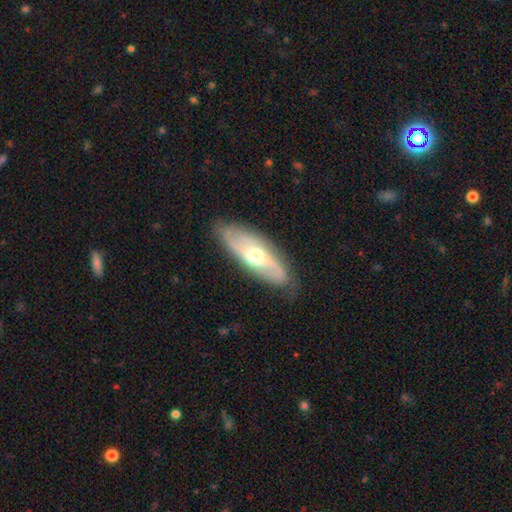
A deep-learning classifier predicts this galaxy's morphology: Smooth or featured: featured or disk — 59% (smooth — 35%)
Edge-on disk: no — 73% (yes — 27%)
Merging: none — 81% (minor disturbance — 14%)